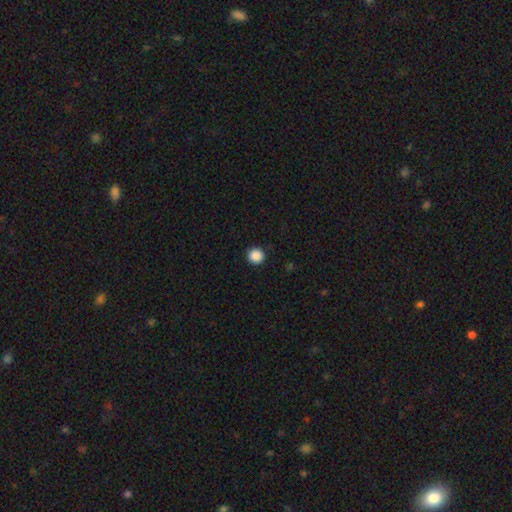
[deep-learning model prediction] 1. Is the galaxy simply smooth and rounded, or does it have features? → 88% smooth, 10% star or artifact, 2% featured or disk.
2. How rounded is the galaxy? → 95% round, 4% in between, 1% cigar-shaped.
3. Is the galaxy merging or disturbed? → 92% none, 5% minor disturbance, 2% major disturbance, 1% merger.